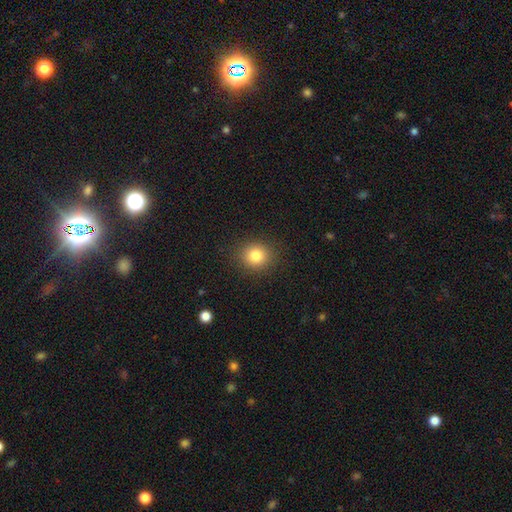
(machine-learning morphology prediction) Overall: smooth (81%). How rounded: round (81%). Merging: none (89%).